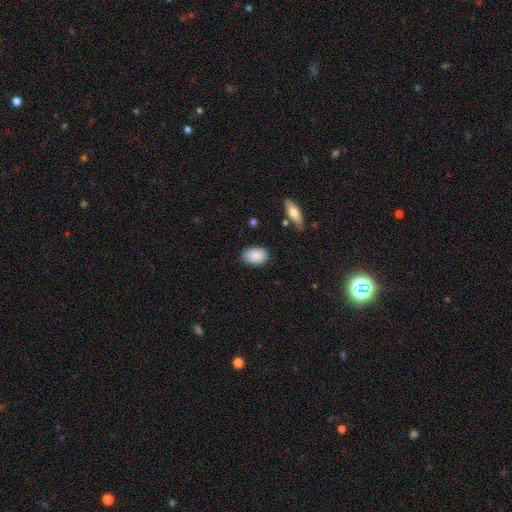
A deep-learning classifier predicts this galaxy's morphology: smooth-or-featured: smooth: 87% | star or artifact: 7% | featured or disk: 6%
  how-rounded: in between: 88% | round: 11% | cigar-shaped: 1%
  merging: none: 80% | minor disturbance: 15% | major disturbance: 3% | merger: 2%